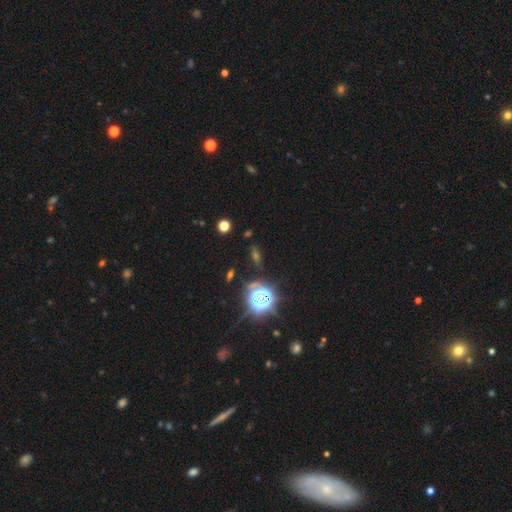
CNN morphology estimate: A star or artifact, not a galaxy (58%).